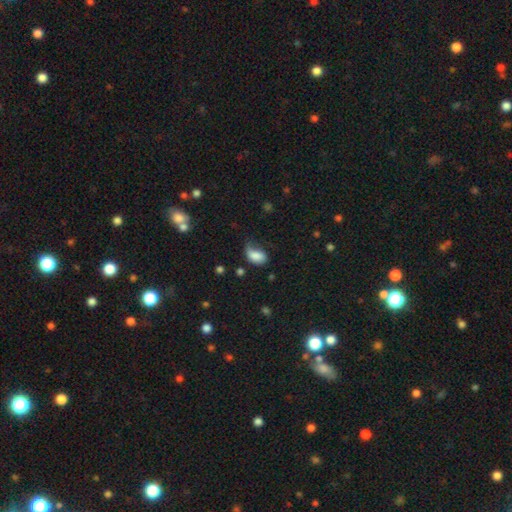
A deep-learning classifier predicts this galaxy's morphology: The model was most divided on "merging": minor disturbance: 37%, none: 31%, major disturbance: 28%, merger: 4%. More confident: how rounded — in between (89%); smooth or featured — smooth (78%).